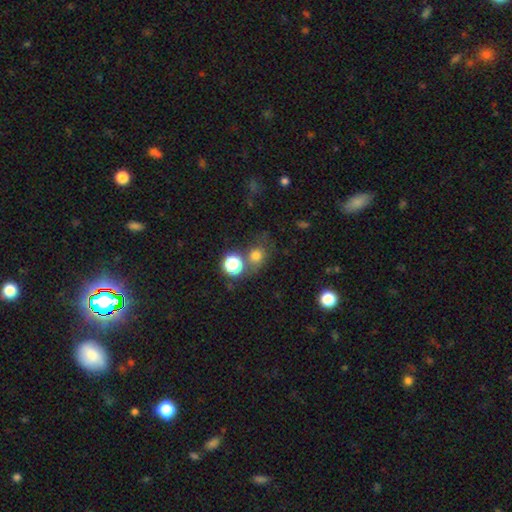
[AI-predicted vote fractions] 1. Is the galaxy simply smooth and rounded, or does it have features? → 73% smooth, 18% star or artifact, 9% featured or disk.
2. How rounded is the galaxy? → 76% round, 23% in between, 1% cigar-shaped.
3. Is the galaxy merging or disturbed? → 58% none, 22% merger, 13% minor disturbance, 7% major disturbance.